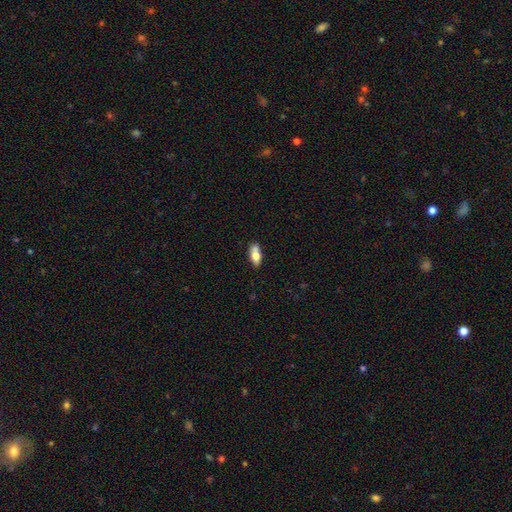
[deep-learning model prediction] Overall: smooth (67%). How rounded: in between (83%). Merging: none (59%; merger 20%).